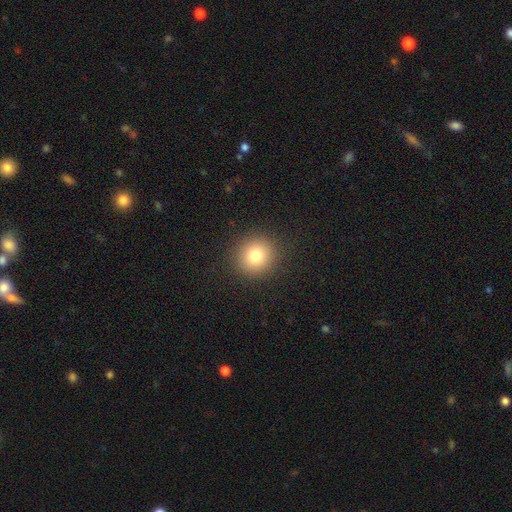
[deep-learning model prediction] smooth_or_featured: smooth (p=0.79) [alt: star or artifact p=0.12]
how_rounded: round (p=0.91) [alt: in between p=0.08]
merging: none (p=0.91) [alt: minor disturbance p=0.06]